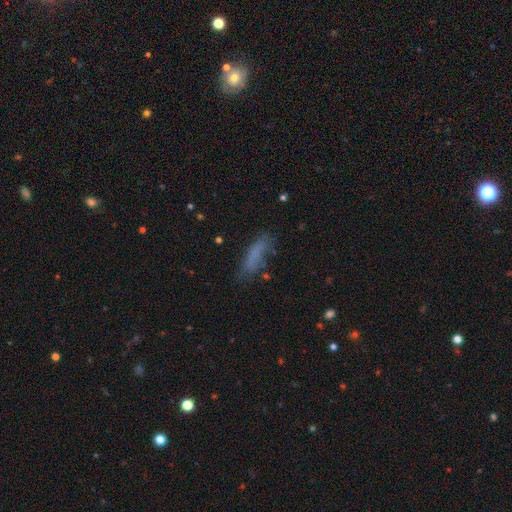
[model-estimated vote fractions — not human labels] A smooth galaxy with no disk features (74%) that is cigar-shaped (67%). Merging: none (65%).